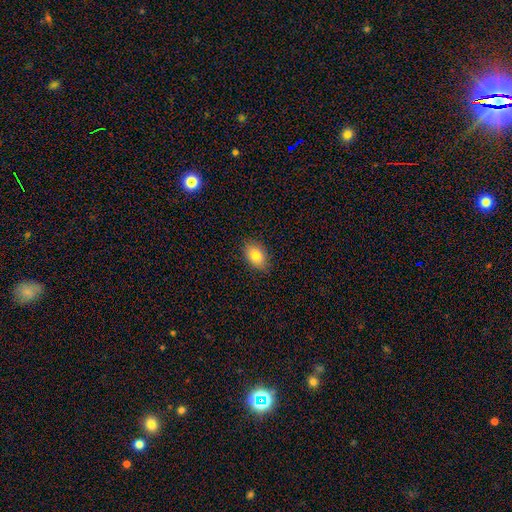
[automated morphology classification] Smooth or featured? smooth (83%)
How rounded? in between (86%)
Merging? none (85%)